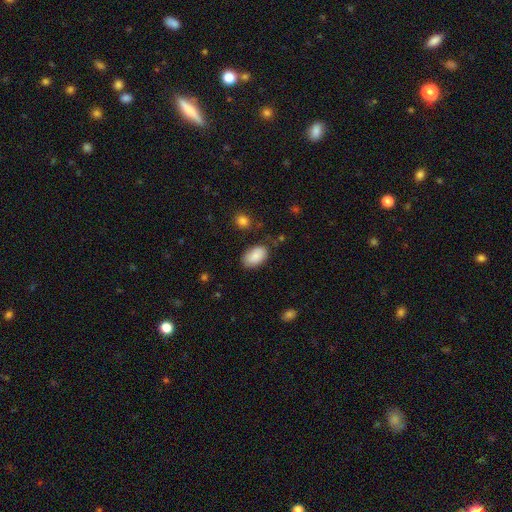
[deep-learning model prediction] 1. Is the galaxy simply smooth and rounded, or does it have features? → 86% smooth, 7% featured or disk, 7% star or artifact.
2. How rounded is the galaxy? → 93% in between, 6% round, 1% cigar-shaped.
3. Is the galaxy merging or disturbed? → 75% none, 18% minor disturbance, 4% major disturbance, 3% merger.